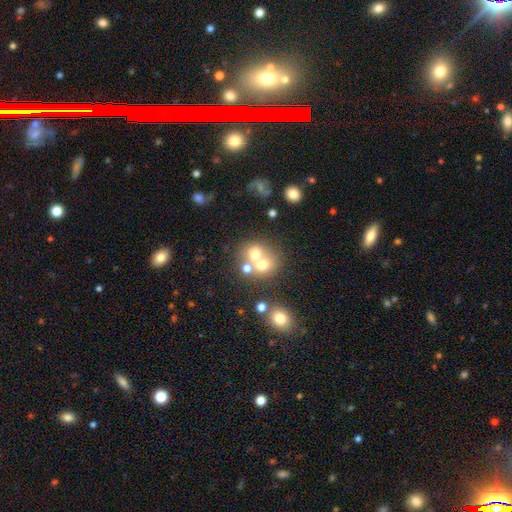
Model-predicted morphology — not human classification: This is likely a smooth galaxy (60%). How rounded: likely round (75%). Merging: possibly merger (53%).